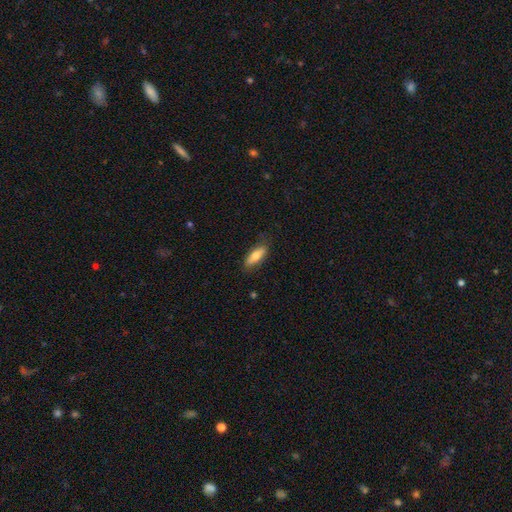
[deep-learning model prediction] smooth-or-featured: smooth: 70% | featured or disk: 24% | star or artifact: 6%
  how-rounded: in between: 60% | cigar-shaped: 37% | round: 2%
  merging: none: 81% | minor disturbance: 15% | major disturbance: 3% | merger: 1%